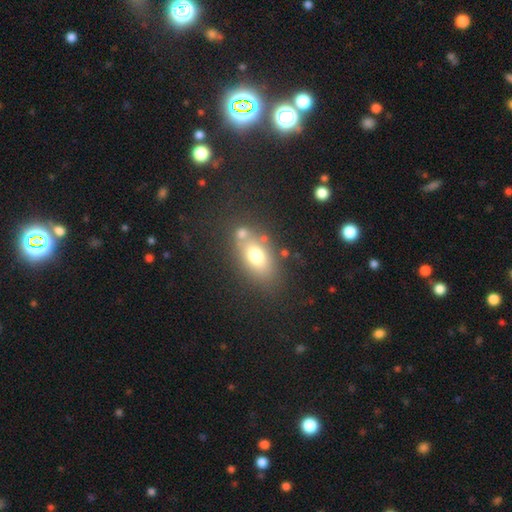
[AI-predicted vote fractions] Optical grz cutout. It shows a smooth galaxy with no disk features (69%) that is in between round and cigar-shaped (79%). Merging: none (64%).